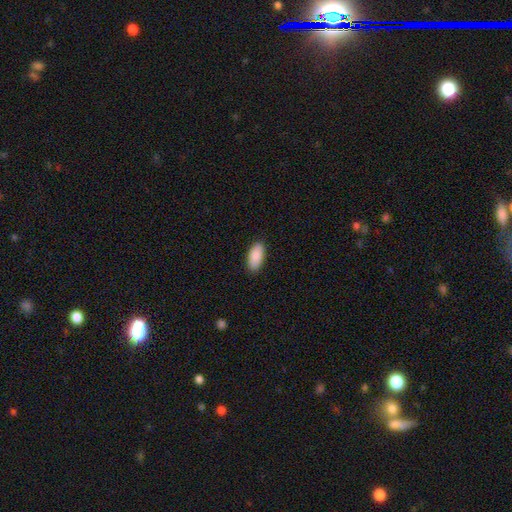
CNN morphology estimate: smooth_or_featured: smooth (p=0.90) [alt: star or artifact p=0.06]
how_rounded: in between (p=0.91) [alt: cigar-shaped p=0.07]
merging: none (p=0.88) [alt: minor disturbance p=0.09]